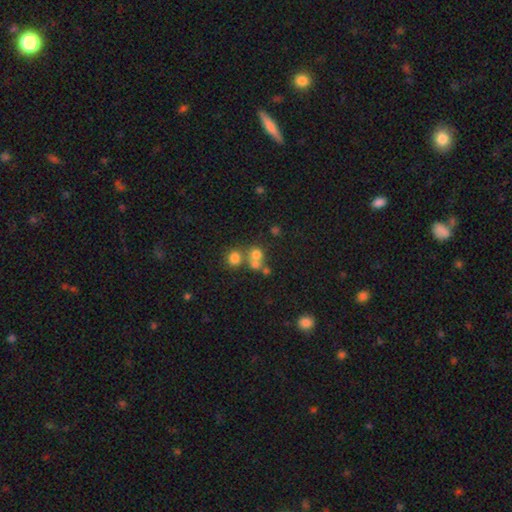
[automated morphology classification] This appears to be a smooth galaxy with no disk features (51%) that is round (84%). Merging: none (49%).